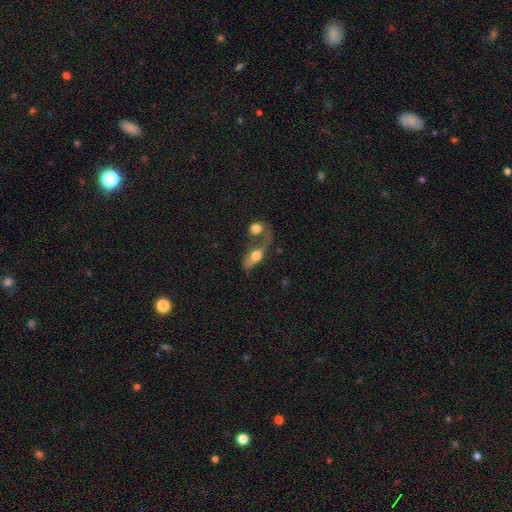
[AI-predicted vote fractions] This appears to be a smooth galaxy with no disk features (52%) that is in between round and cigar-shaped (70%). Merging: merger (56%).